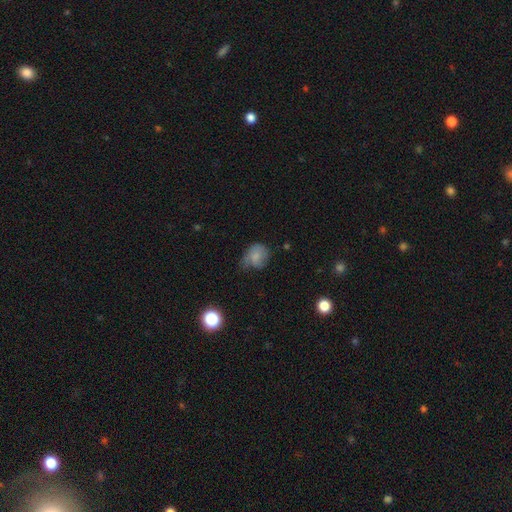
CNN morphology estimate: Smooth or featured? smooth (71%)
How rounded? round (54%)
Merging? minor disturbance (40%)